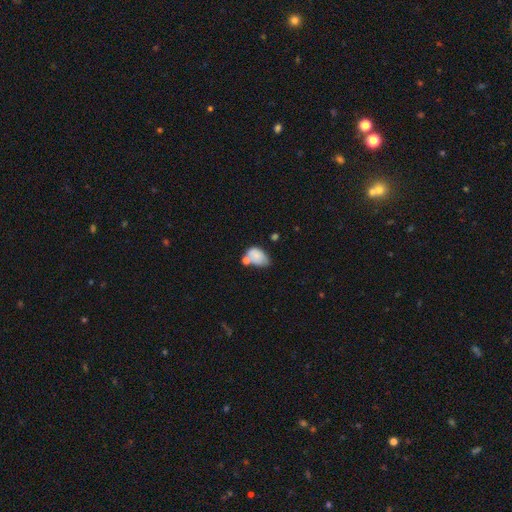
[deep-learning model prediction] This is likely a smooth galaxy (77%). How rounded: clearly in between (86%). Merging: marginally none (35%).